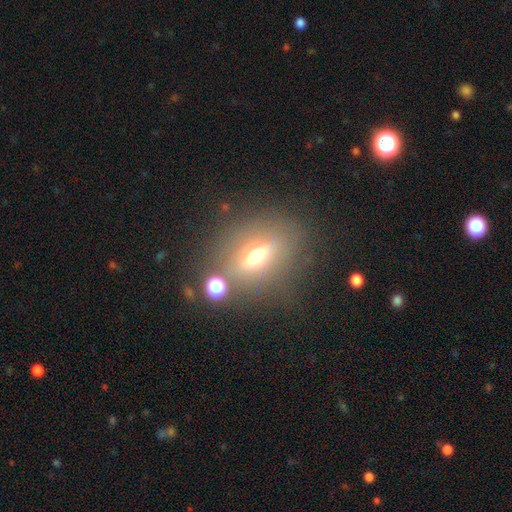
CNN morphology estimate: Smooth or featured? smooth (49%)
Merging? none (73%)